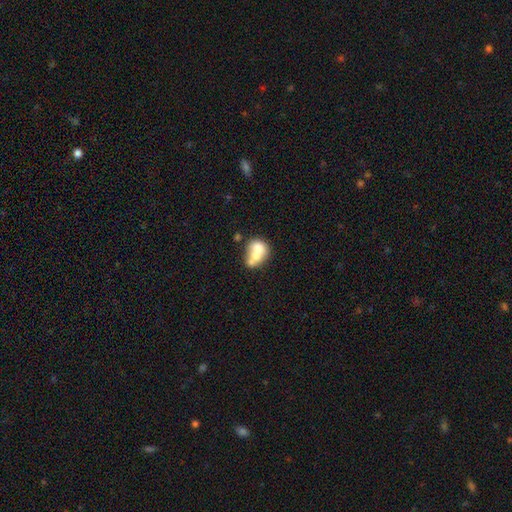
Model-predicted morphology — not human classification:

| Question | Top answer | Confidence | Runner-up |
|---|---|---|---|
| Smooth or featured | smooth | 61% | featured or disk (30%) |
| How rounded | round | 56% | in between (43%) |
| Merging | merger | 65% | none (22%) |